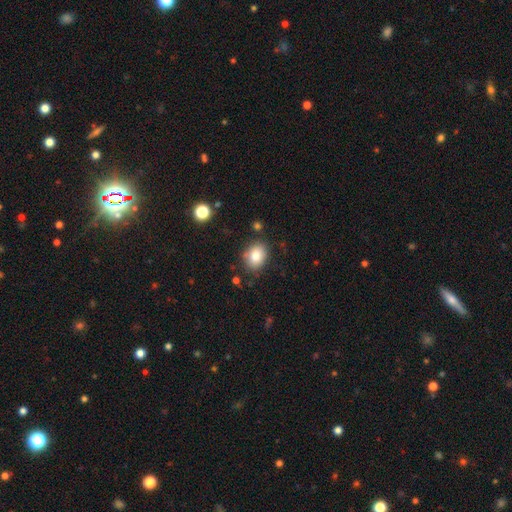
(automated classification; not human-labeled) smooth-or-featured: smooth: 82% | star or artifact: 9% | featured or disk: 8%
  how-rounded: in between: 59% | round: 40% | cigar-shaped: 1%
  merging: none: 81% | minor disturbance: 13% | merger: 3% | major disturbance: 3%